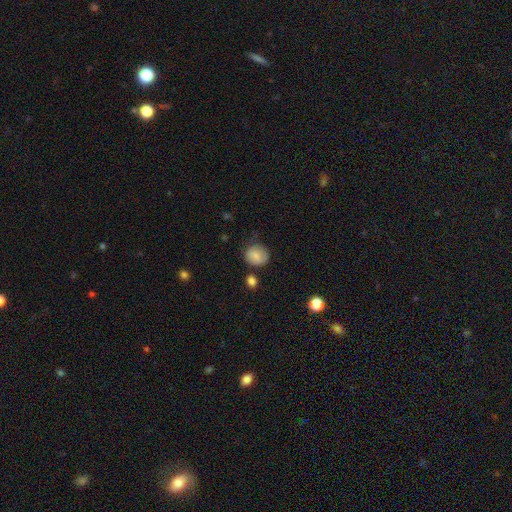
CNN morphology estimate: smooth-or-featured: smooth: 81% | featured or disk: 11% | star or artifact: 8%
  how-rounded: round: 75% | in between: 24% | cigar-shaped: 1%
  merging: none: 69% | minor disturbance: 22% | major disturbance: 6% | merger: 4%